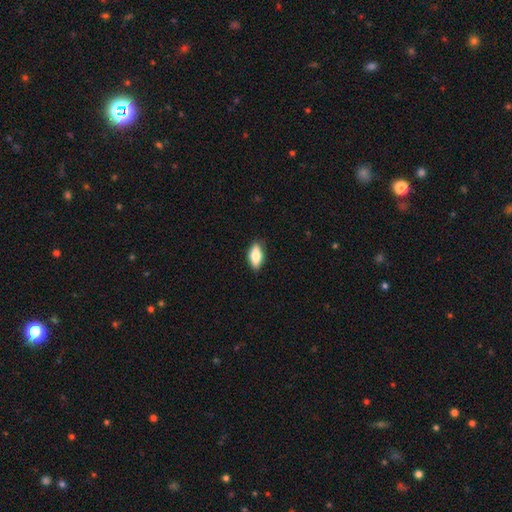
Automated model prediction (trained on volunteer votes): The model was most divided on "smooth or featured": smooth: 73%, featured or disk: 21%, star or artifact: 7%. More confident: merging — none (85%); how rounded — in between (83%).